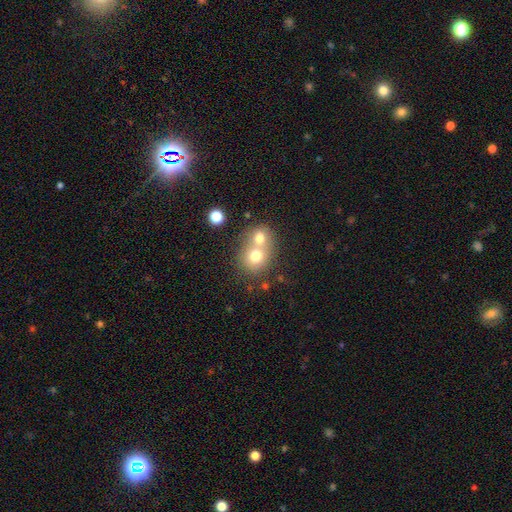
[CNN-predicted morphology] A smooth galaxy with no disk features (71%) that is round (74%).

Vote fractions:
- Smooth or featured? smooth: 71% / featured or disk: 18% / star or artifact: 11%
- How rounded? round: 74% / in between: 25% / cigar-shaped: 1%
- Merging? merger: 63% / none: 29% / minor disturbance: 5% / major disturbance: 2%